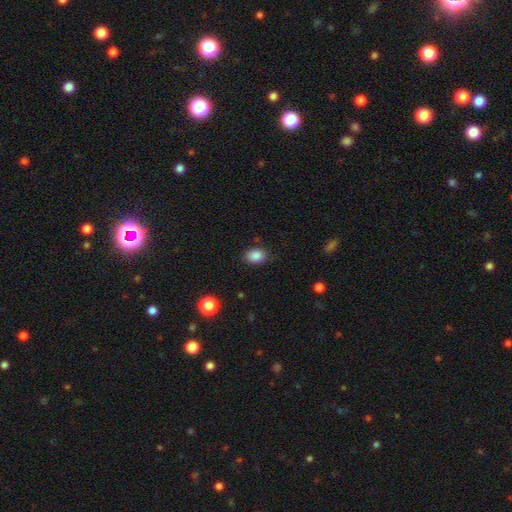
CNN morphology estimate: The model was most divided on "how rounded": in between: 72%, round: 27%, cigar-shaped: 1%. More confident: smooth or featured — smooth (87%); merging — none (82%).